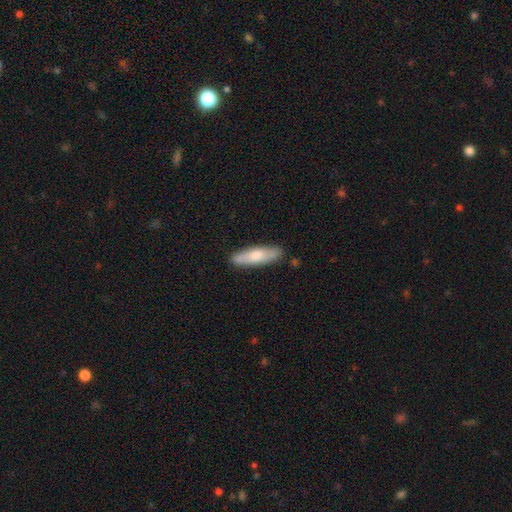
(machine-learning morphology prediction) Smooth or featured: smooth — 69% (featured or disk — 26%)
How rounded: cigar-shaped — 66% (in between — 32%)
Merging: none — 86% (minor disturbance — 11%)